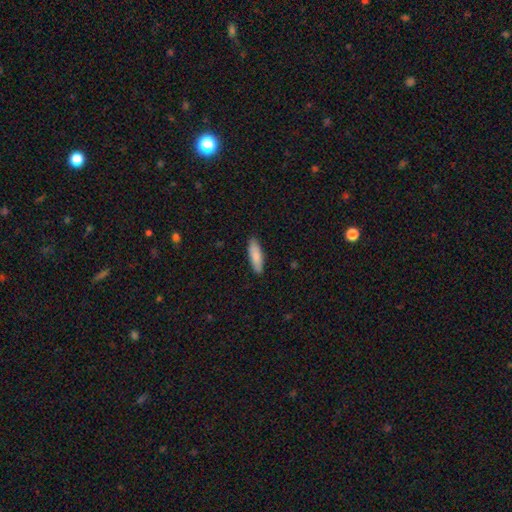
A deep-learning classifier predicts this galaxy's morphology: Smooth or featured? smooth (84%)
How rounded? cigar-shaped (57%)
Merging? none (88%)